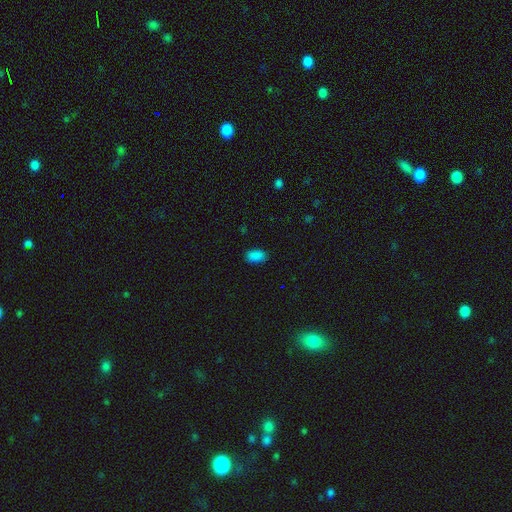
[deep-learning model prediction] Smooth or featured? smooth (87%)
How rounded? in between (93%)
Merging? none (87%)